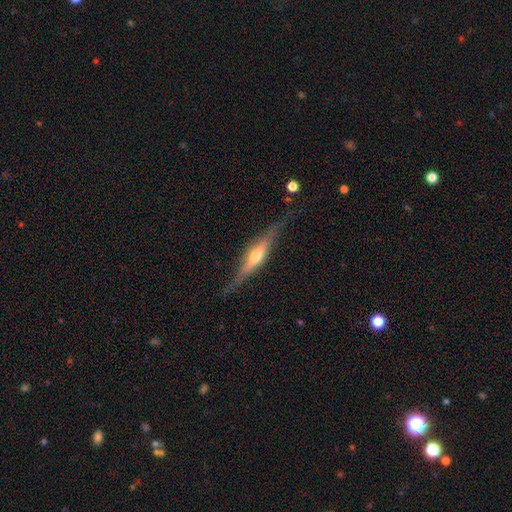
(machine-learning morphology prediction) A featured or disk galaxy (72%) viewed edge-on (95%) with a rounded central bulge (76%).

Vote fractions:
- Smooth or featured? featured or disk: 72% / smooth: 22% / star or artifact: 6%
- Edge-on disk? yes: 95% / no: 5%
- Edge-on bulge? rounded: 76% / boxy: 16% / none: 8%
- Merging? none: 78% / minor disturbance: 16% / major disturbance: 5% / merger: 1%